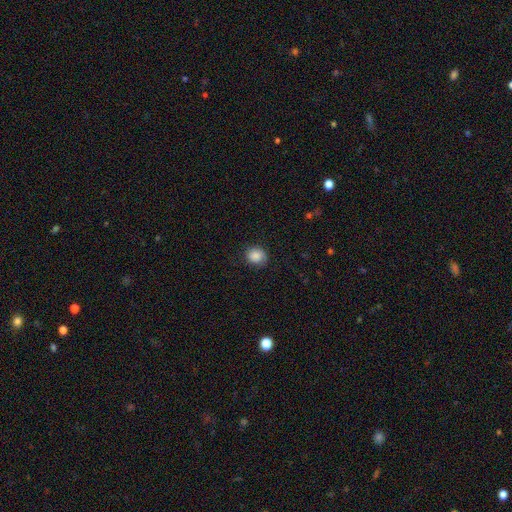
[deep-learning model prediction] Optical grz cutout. It shows a smooth galaxy with no disk features (85%) that is round (79%). Merging: none (78%).